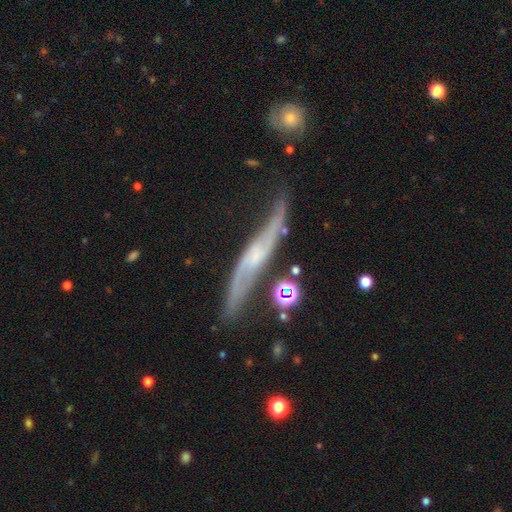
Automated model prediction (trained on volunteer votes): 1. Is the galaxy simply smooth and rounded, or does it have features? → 79% featured or disk, 14% smooth, 7% star or artifact.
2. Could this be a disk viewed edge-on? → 57% yes, 43% no.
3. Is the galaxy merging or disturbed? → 59% none, 25% minor disturbance, 10% major disturbance, 6% merger.